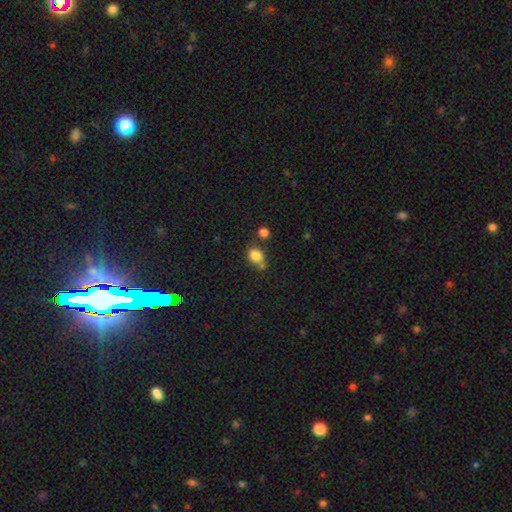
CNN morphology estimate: Q: Smooth or featured?
A: smooth (82%); runner-up: star or artifact (11%)
Q: How rounded?
A: round (62%); runner-up: in between (37%)
Q: Merging?
A: none (54%); runner-up: merger (23%)